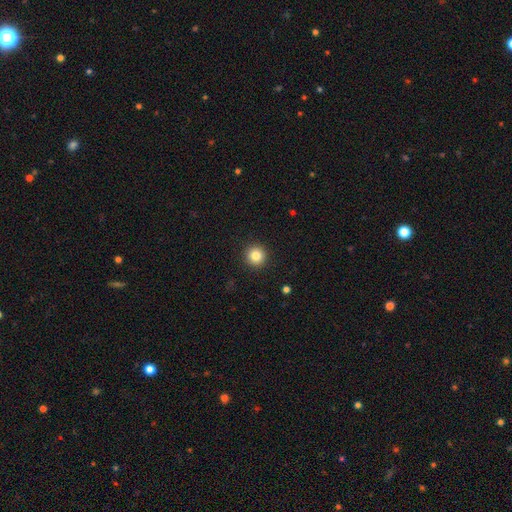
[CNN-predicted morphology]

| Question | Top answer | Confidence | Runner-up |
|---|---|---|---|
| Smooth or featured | smooth | 84% | star or artifact (10%) |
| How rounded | round | 95% | in between (4%) |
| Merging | none | 93% | minor disturbance (5%) |